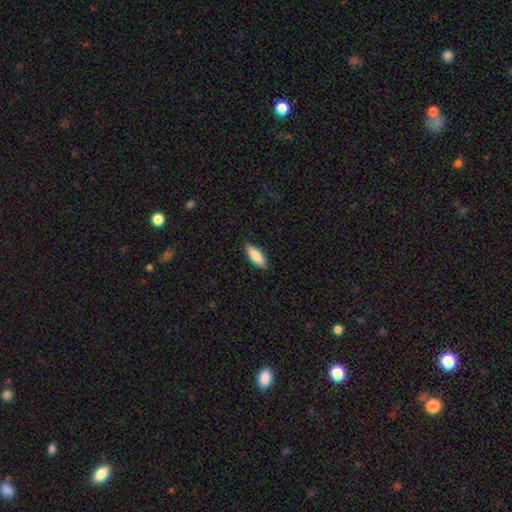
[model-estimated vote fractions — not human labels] Smooth or featured? Predicted: smooth (p=0.85). How rounded? Predicted: in between (p=0.68). Merging? Predicted: none (p=0.88).